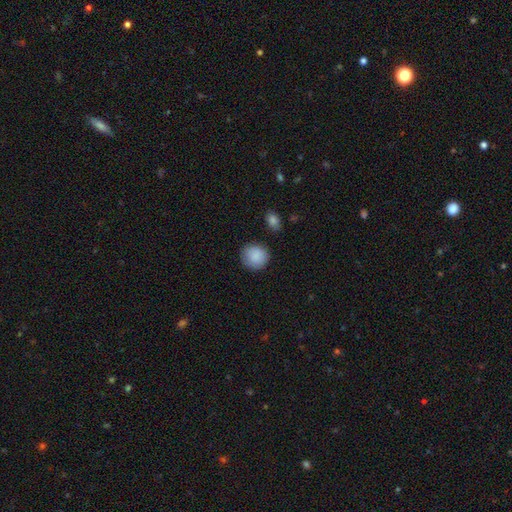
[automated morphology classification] Smooth or featured?
  - smooth: 88% *
  - star or artifact: 7%
  - featured or disk: 5%
How rounded?
  - round: 90% *
  - in between: 9%
  - cigar-shaped: 1%
Merging?
  - none: 83% *
  - minor disturbance: 12%
  - major disturbance: 3%
  - merger: 2%